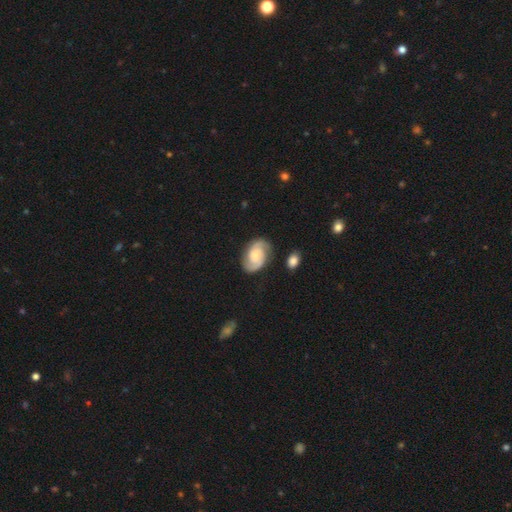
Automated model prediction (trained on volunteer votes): This is likely a featured or disk galaxy (79%). It is clearly not viewed edge-on (97%). Bar: likely no (65%). Spiral arm pattern: clearly yes (96%). Spiral arm count: clearly 2 (90%). Spiral winding: marginally medium (45%). Central bulge: possibly moderate (46%). Merging: likely none (80%).